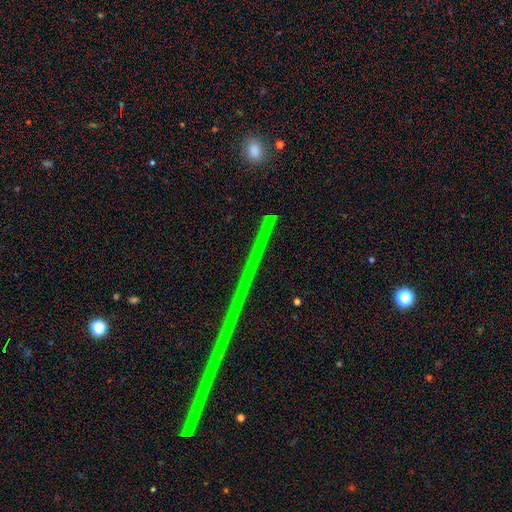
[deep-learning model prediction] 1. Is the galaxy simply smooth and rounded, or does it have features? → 80% star or artifact, 12% featured or disk, 8% smooth.